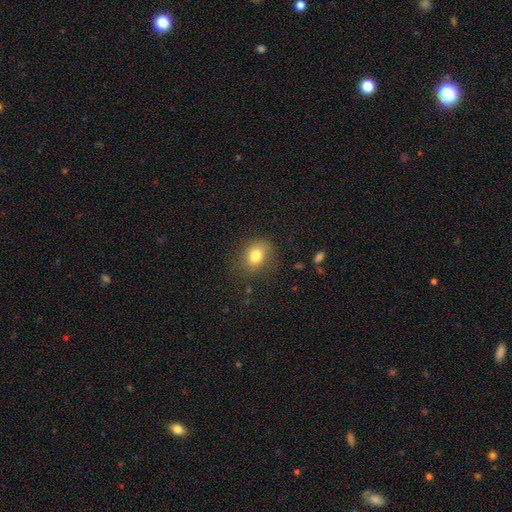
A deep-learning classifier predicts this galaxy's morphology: Smooth or featured? Predicted: smooth (p=0.79). How rounded? Predicted: in between (p=0.51). Merging? Predicted: none (p=0.79).